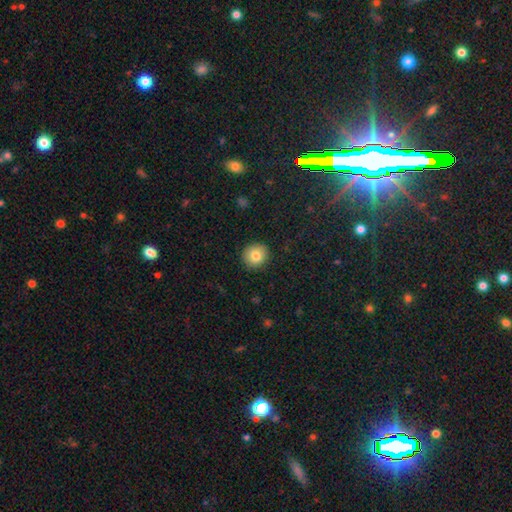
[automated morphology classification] smooth_or_featured: smooth (p=0.80) [alt: featured or disk p=0.10]
how_rounded: round (p=0.90) [alt: in between p=0.09]
merging: none (p=0.91) [alt: minor disturbance p=0.06]